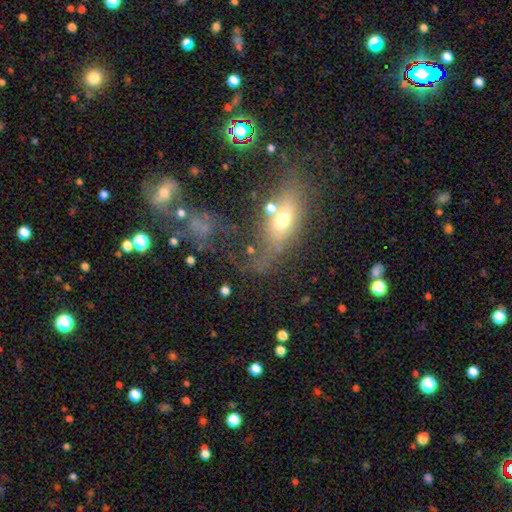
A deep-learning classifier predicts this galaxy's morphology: smooth-or-featured: smooth: 48% | featured or disk: 29% | star or artifact: 23%
  merging: none: 48% | minor disturbance: 19% | merger: 17% | major disturbance: 17%